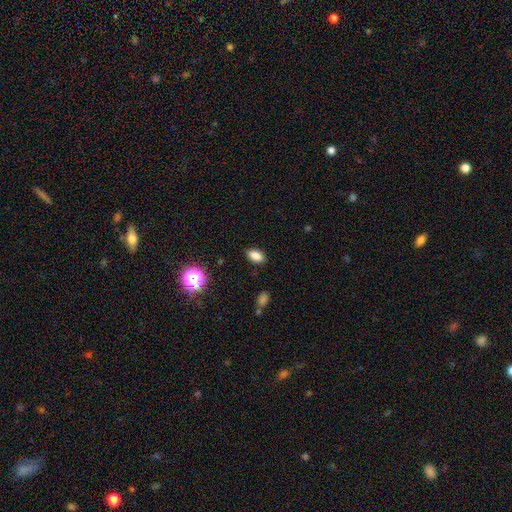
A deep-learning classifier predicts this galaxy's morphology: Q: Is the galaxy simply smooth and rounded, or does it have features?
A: smooth — 83%.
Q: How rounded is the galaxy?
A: in between — 88%.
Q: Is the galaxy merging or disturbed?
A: none — 87%.